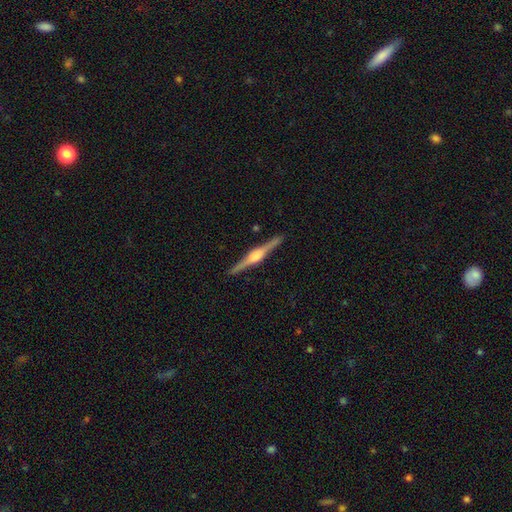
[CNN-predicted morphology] This is clearly a featured or disk galaxy (86%). It is clearly viewed edge-on (99%). Edge-on bulge: clearly rounded (81%). Merging: clearly none (92%).